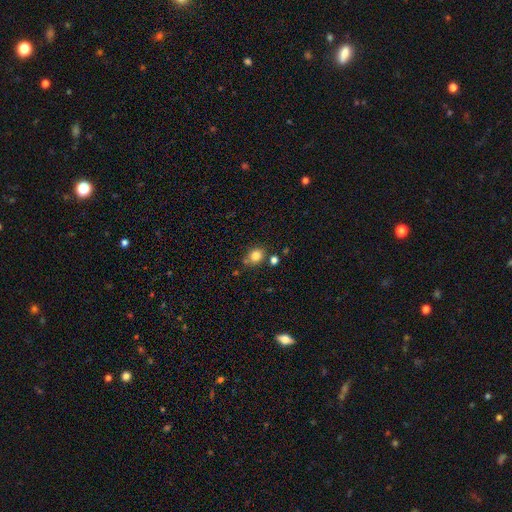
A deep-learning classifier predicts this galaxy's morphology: Smooth or featured? smooth (81%)
How rounded? round (62%)
Merging? none (73%)